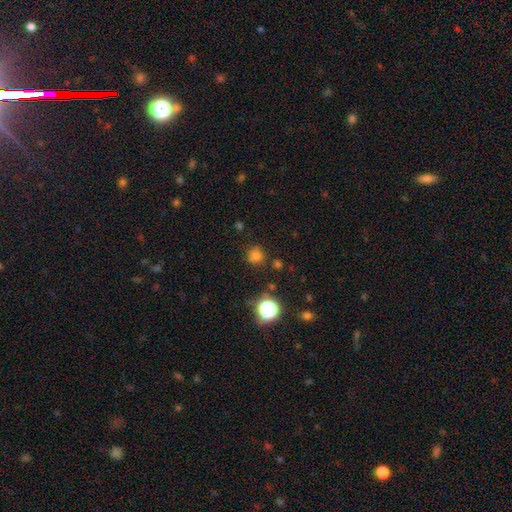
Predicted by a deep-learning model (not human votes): This is likely a smooth galaxy (68%). How rounded: clearly round (87%). Merging: likely none (69%).